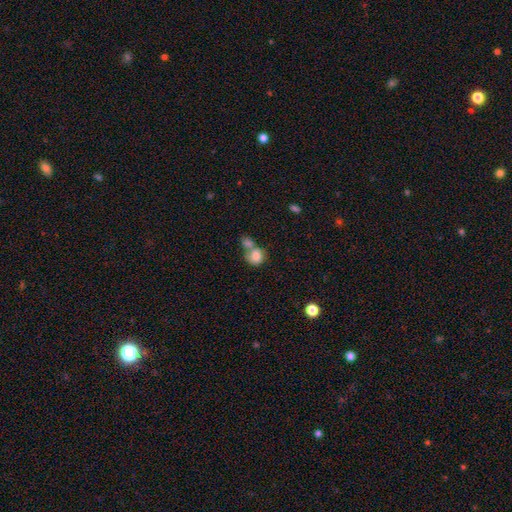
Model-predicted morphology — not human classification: This appears to be a smooth galaxy with no disk features (78%) that is round (63%). Merging: merger (62%).